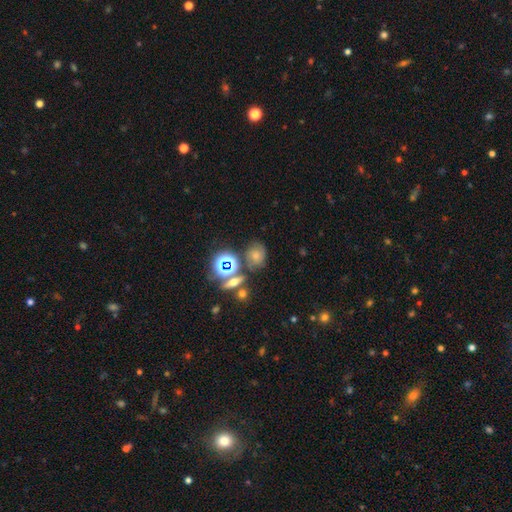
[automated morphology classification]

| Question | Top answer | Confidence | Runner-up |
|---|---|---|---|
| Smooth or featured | smooth | 49% | star or artifact (29%) |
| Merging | none | 64% | minor disturbance (17%) |